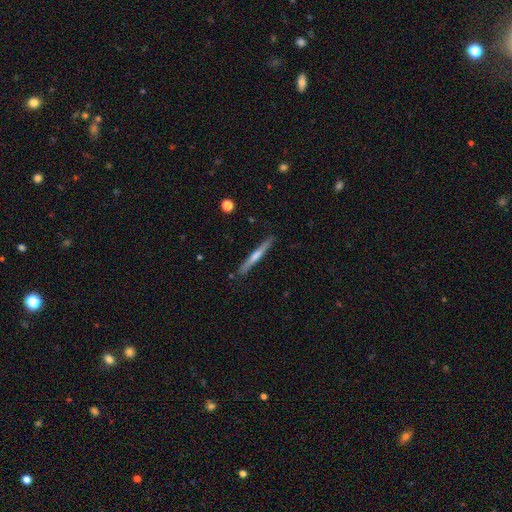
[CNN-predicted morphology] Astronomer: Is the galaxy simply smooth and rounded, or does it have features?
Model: featured or disk — 53% (runner-up: smooth, 41%).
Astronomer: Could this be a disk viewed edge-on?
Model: yes — 97%.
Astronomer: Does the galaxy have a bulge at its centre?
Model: rounded — 56% (runner-up: none, 35%).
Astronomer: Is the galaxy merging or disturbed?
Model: none — 89%.